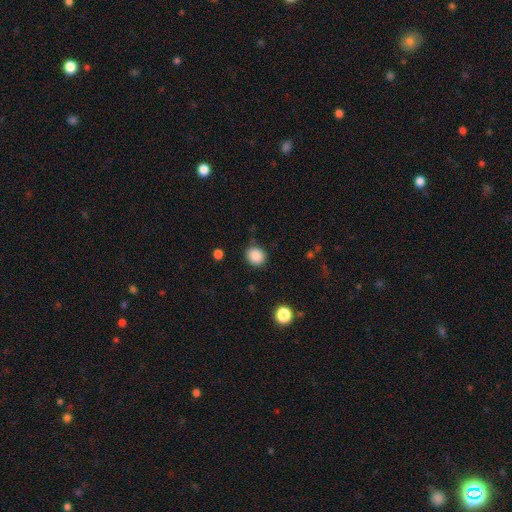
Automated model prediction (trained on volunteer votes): smooth-or-featured: smooth: 87% | star or artifact: 9% | featured or disk: 3%
  how-rounded: round: 80% | in between: 19% | cigar-shaped: 1%
  merging: none: 83% | minor disturbance: 12% | major disturbance: 3% | merger: 2%